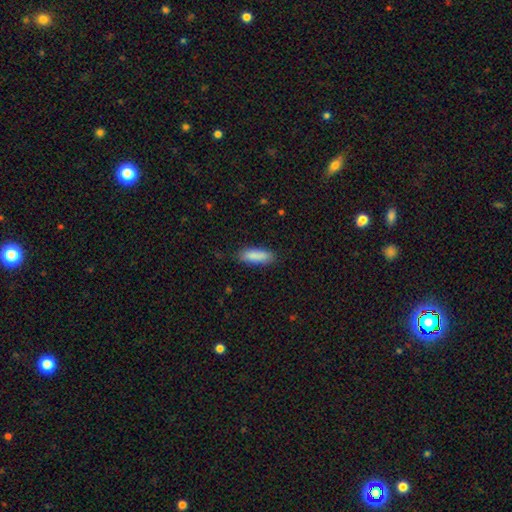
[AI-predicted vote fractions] This appears to be a smooth galaxy with no disk features (88%) that is in between round and cigar-shaped (61%). Merging: none (83%).